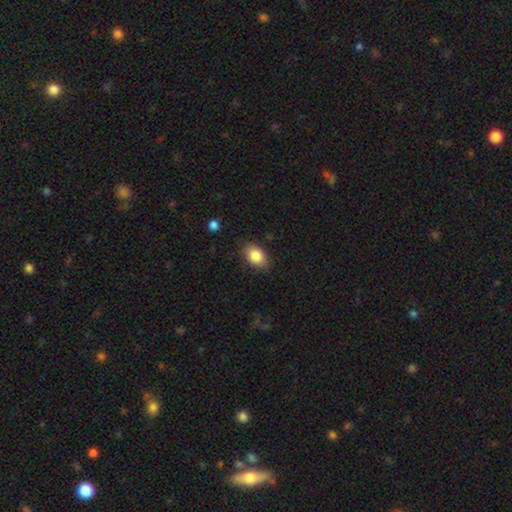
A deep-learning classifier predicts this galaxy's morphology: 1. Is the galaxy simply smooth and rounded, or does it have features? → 86% smooth, 8% star or artifact, 6% featured or disk.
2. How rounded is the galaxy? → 82% in between, 17% round, 1% cigar-shaped.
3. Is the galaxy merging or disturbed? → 83% none, 13% minor disturbance, 3% major disturbance, 1% merger.